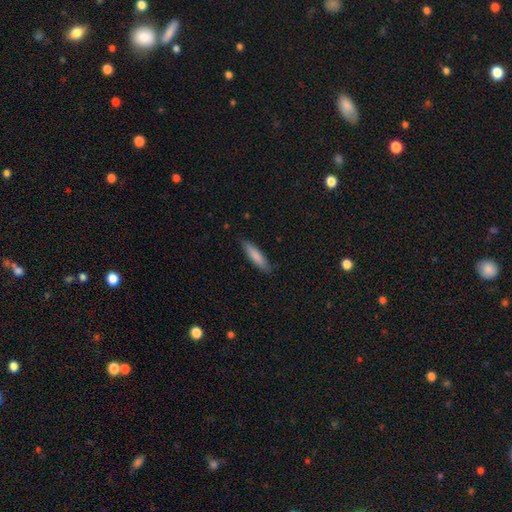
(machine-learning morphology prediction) This appears to be a smooth galaxy with no disk features (84%) that is cigar-shaped (75%). Merging: none (86%).